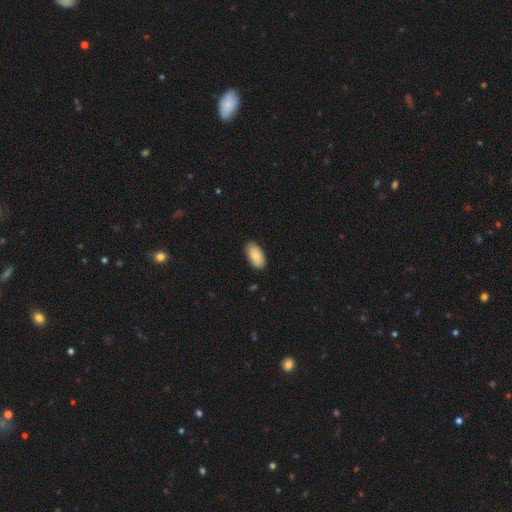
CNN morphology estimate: Smooth or featured? Predicted: smooth (p=0.87). How rounded? Predicted: in between (p=0.94). Merging? Predicted: none (p=0.86).